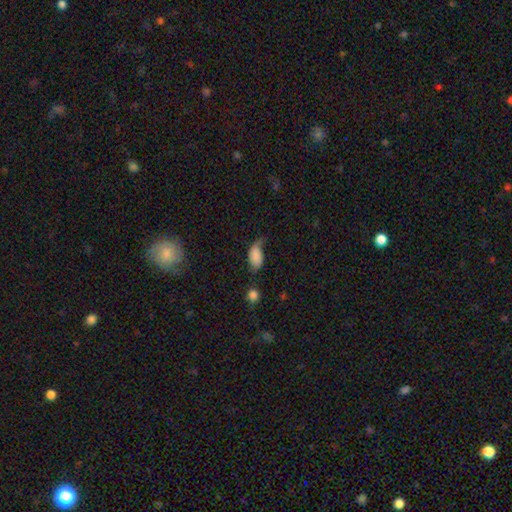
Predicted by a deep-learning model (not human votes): Smooth or featured: smooth — 79% (featured or disk — 12%)
How rounded: in between — 92% (round — 5%)
Merging: minor disturbance — 38% (none — 32%)